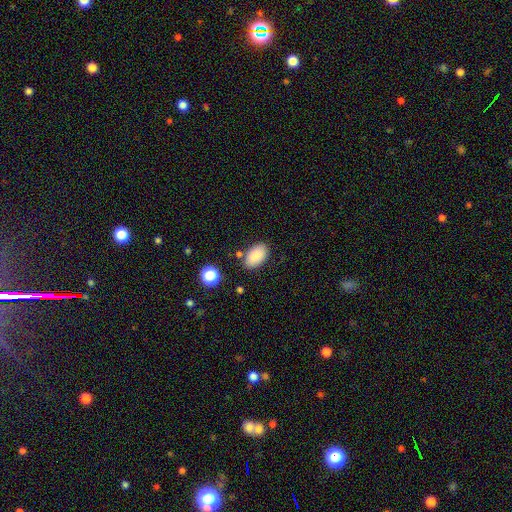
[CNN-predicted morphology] The model was most divided on "merging": none: 80%, minor disturbance: 12%, merger: 4%, major disturbance: 3%. More confident: how rounded — in between (94%); smooth or featured — smooth (87%).